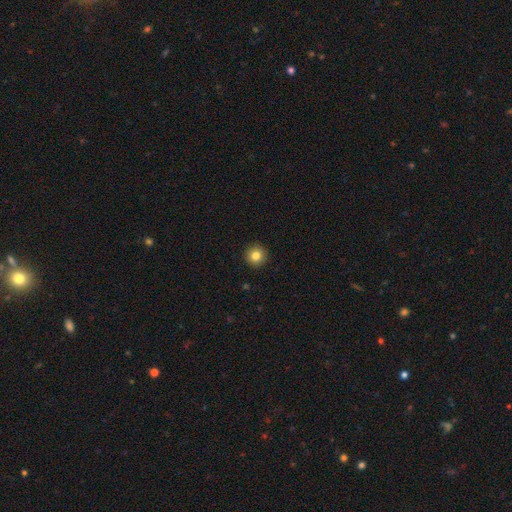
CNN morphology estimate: This is clearly a smooth galaxy (82%). How rounded: clearly round (96%). Merging: clearly none (93%).